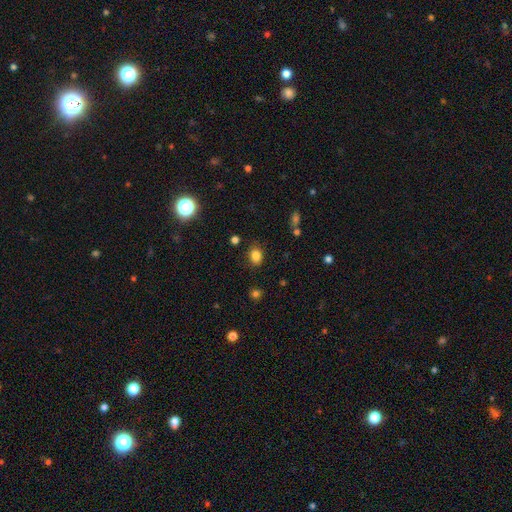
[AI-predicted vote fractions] Overall: smooth (83%). How rounded: in between (60%; round 38%). Merging: none (82%).